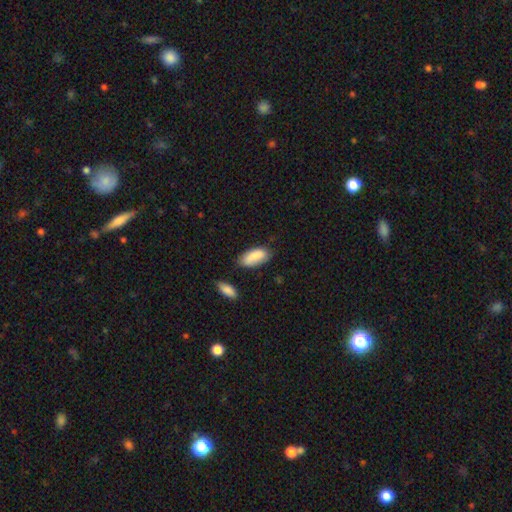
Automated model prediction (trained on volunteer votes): Smooth or featured? Predicted: smooth (p=0.87). How rounded? Predicted: in between (p=0.88). Merging? Predicted: none (p=0.72).